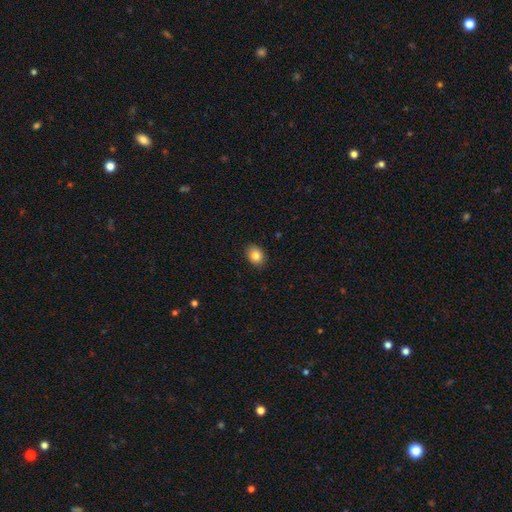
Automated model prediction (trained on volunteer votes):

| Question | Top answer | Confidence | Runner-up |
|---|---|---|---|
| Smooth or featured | smooth | 85% | star or artifact (9%) |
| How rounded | in between | 63% | round (36%) |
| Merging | none | 88% | minor disturbance (9%) |